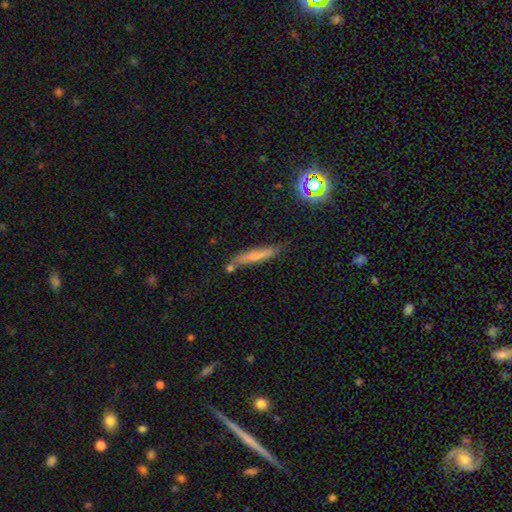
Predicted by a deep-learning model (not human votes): smooth-or-featured: smooth: 64% | featured or disk: 26% | star or artifact: 11%
  how-rounded: cigar-shaped: 90% | in between: 8% | round: 2%
  merging: none: 70% | minor disturbance: 17% | merger: 9% | major disturbance: 4%